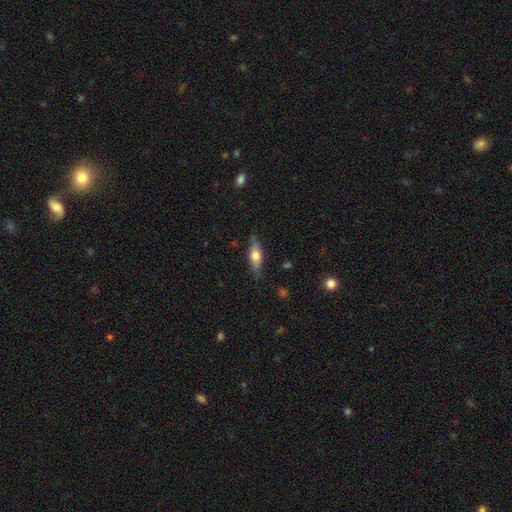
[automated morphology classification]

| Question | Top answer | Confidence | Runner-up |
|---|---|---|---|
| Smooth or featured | smooth | 55% | featured or disk (39%) |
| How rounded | in between | 54% | cigar-shaped (43%) |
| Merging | none | 80% | minor disturbance (15%) |